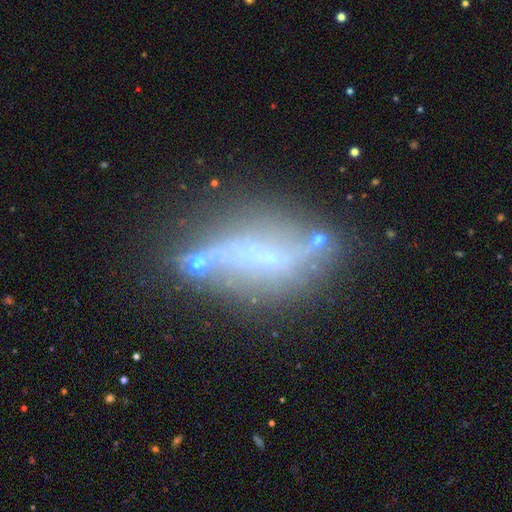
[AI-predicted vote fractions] Smooth or featured: featured or disk — 64% (smooth — 23%)
Edge-on disk: no — 68% (yes — 32%)
Merging: none — 51% (minor disturbance — 23%)